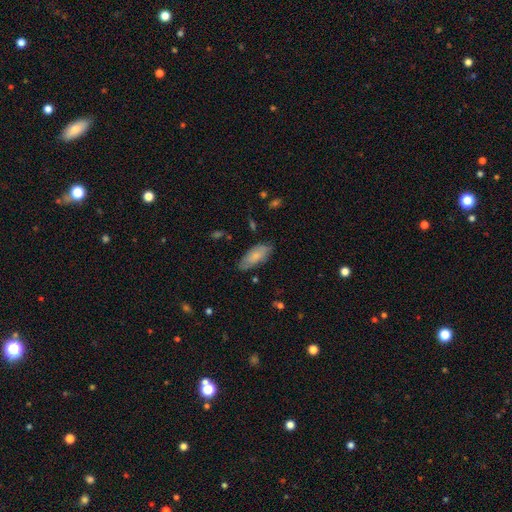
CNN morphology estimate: This appears to be a smooth galaxy with no disk features (72%) that is in between round and cigar-shaped (83%). Merging: none (74%).